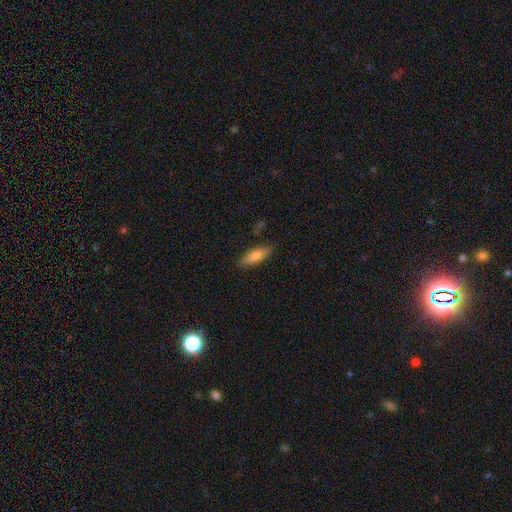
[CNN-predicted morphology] smooth_or_featured: smooth (p=0.79) [alt: featured or disk p=0.15]
how_rounded: in between (p=0.55) [alt: cigar-shaped p=0.44]
merging: none (p=0.84) [alt: minor disturbance p=0.12]